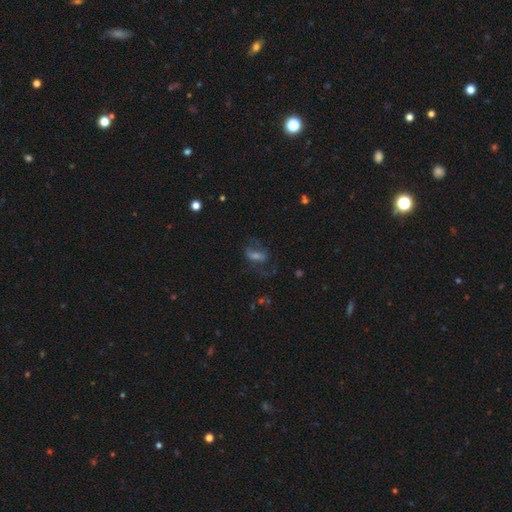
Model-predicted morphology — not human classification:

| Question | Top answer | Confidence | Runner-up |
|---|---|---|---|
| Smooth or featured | featured or disk | 48% | smooth (31%) |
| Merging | none | 53% | major disturbance (27%) |